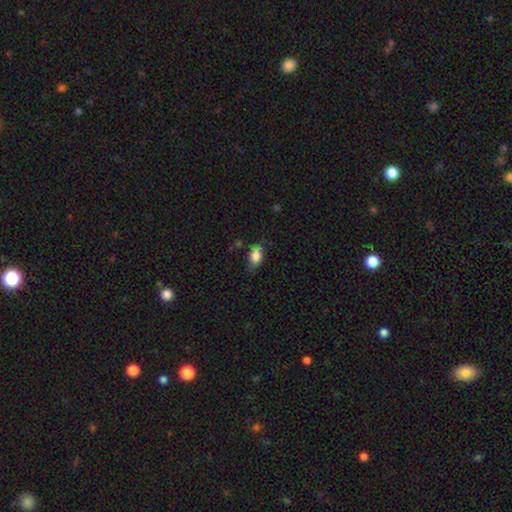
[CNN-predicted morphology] Overall: smooth (84%). How rounded: in between (89%). Merging: none (72%).